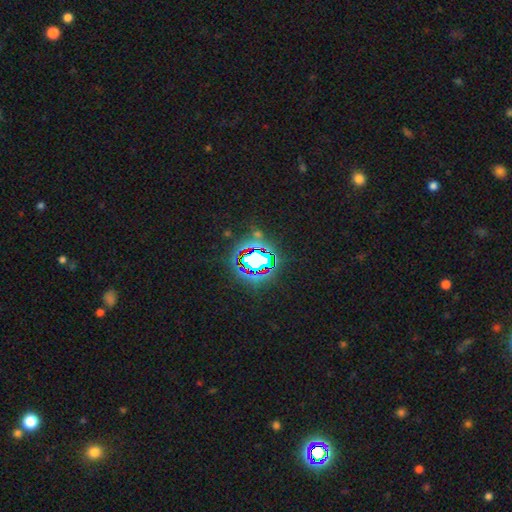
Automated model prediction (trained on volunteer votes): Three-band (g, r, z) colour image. It shows a star or artifact, not a galaxy (71%).